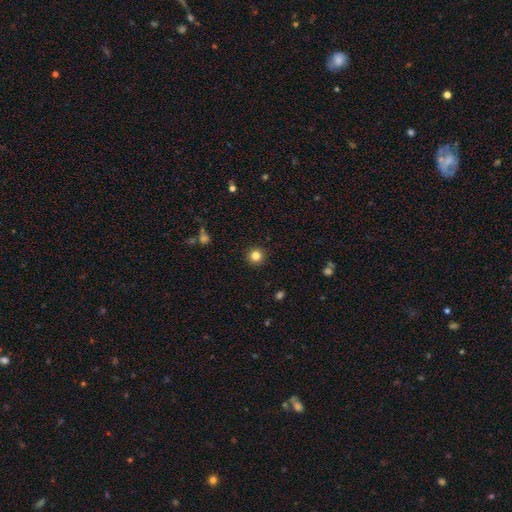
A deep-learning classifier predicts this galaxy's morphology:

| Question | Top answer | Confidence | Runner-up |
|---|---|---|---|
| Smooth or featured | smooth | 83% | star or artifact (12%) |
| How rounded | round | 95% | in between (4%) |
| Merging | none | 93% | minor disturbance (5%) |